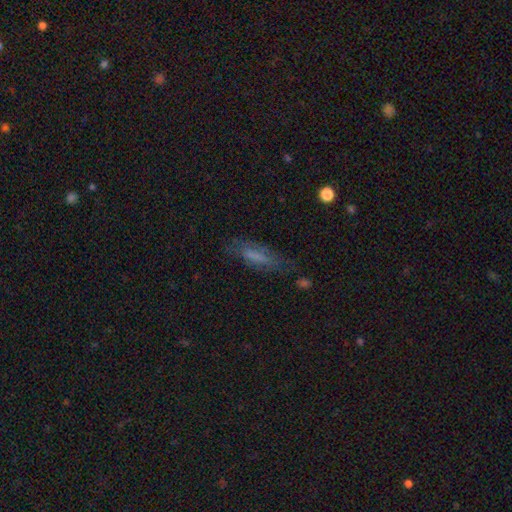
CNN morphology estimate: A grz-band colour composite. It shows a smooth galaxy with no disk features (53%) that is cigar-shaped (62%). Merging: none (65%).